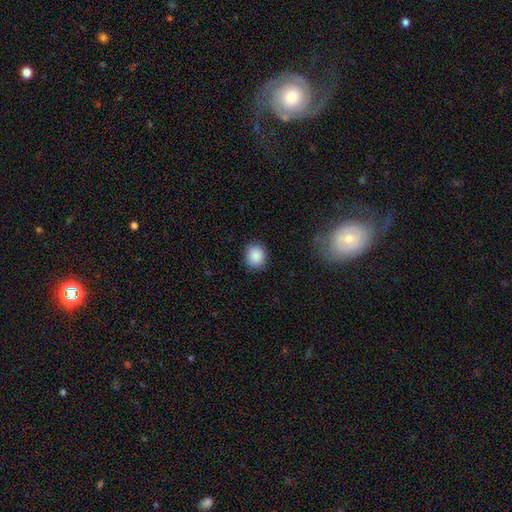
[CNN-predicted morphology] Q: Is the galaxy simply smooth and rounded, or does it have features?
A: smooth — 88%.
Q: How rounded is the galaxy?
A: round — 75%.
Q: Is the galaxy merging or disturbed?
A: none — 87%.